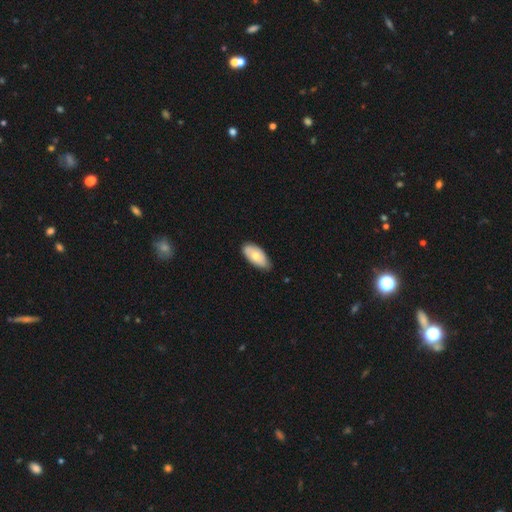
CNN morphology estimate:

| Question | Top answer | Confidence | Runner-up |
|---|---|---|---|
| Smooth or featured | smooth | 65% | featured or disk (30%) |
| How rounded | in between | 94% | cigar-shaped (4%) |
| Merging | none | 75% | minor disturbance (21%) |